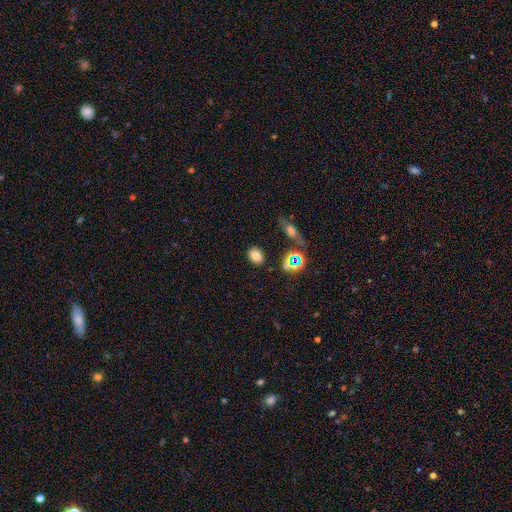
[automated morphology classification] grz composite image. It shows a smooth galaxy with no disk features (77%) that is in between round and cigar-shaped (62%). Merging: none (85%).